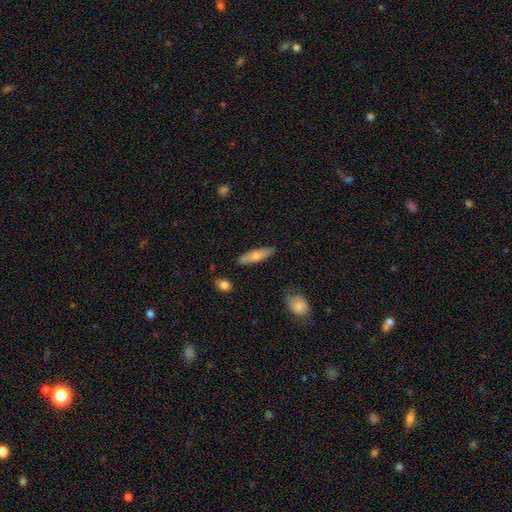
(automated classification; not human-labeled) Smooth or featured? smooth (67%)
How rounded? cigar-shaped (66%)
Merging? none (85%)